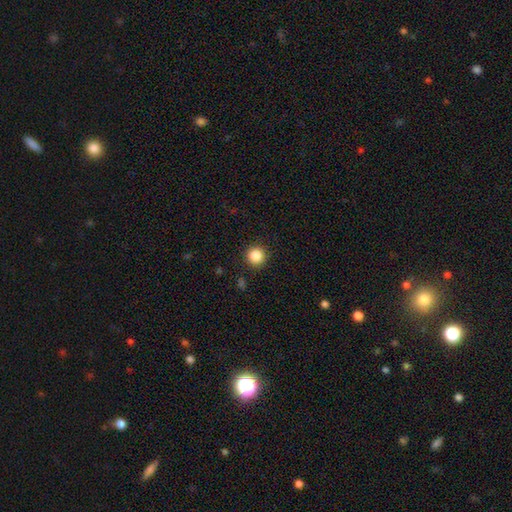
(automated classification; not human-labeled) Overall: smooth (86%). How rounded: round (95%). Merging: none (91%).